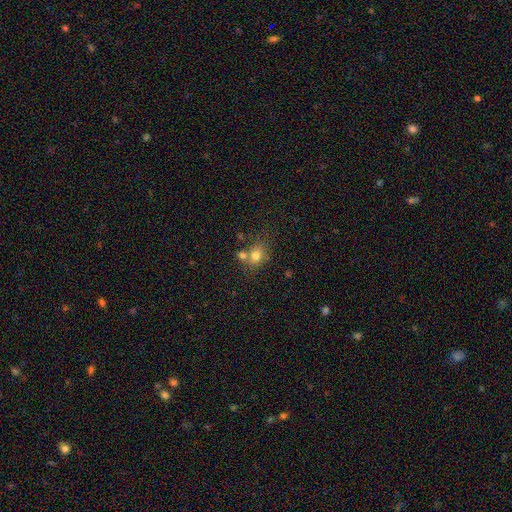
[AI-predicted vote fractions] Q: Smooth or featured?
A: smooth (76%); runner-up: star or artifact (12%)
Q: How rounded?
A: round (53%); runner-up: in between (46%)
Q: Merging?
A: none (49%); runner-up: merger (34%)